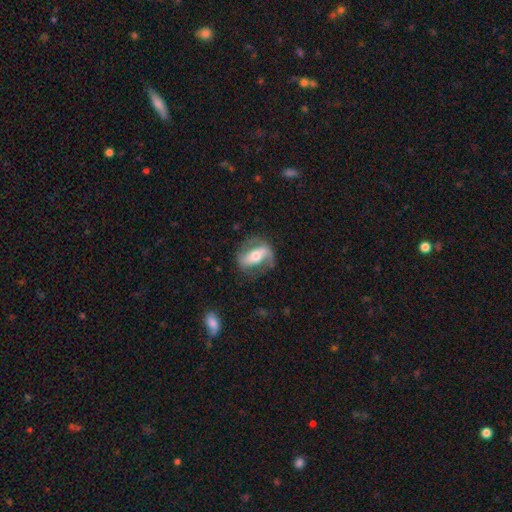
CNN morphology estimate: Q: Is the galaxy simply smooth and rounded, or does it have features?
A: featured or disk — 73%.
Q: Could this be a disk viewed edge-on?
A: no — 90%.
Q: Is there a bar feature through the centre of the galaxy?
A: strong — 53%.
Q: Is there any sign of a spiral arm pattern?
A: yes — 82%.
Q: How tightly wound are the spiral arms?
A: medium — 40%.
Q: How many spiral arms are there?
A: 2 — 80%.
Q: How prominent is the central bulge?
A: moderate — 62%.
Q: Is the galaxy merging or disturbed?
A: none — 68%.